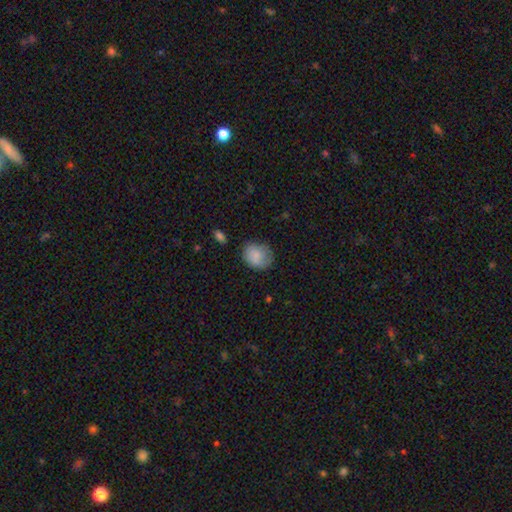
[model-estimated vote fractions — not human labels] Smooth or featured? Predicted: smooth (p=0.84). How rounded? Predicted: round (p=0.57). Merging? Predicted: none (p=0.66).